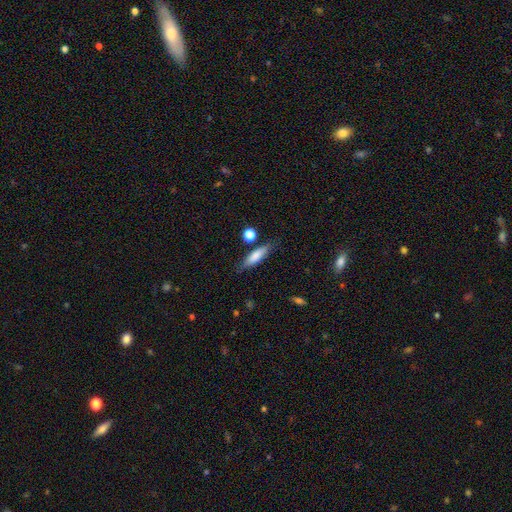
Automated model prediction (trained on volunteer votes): Overall: smooth (74%). How rounded: cigar-shaped (61%; in between 37%). Merging: none (77%).